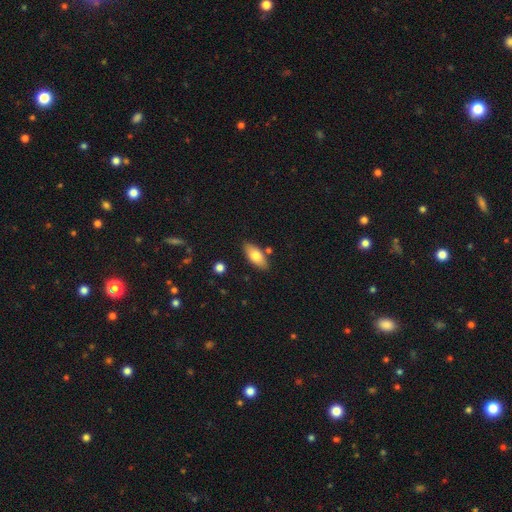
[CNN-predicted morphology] The model was most divided on "smooth or featured": smooth: 74%, featured or disk: 20%, star or artifact: 7%. More confident: how rounded — in between (85%); merging — none (82%).